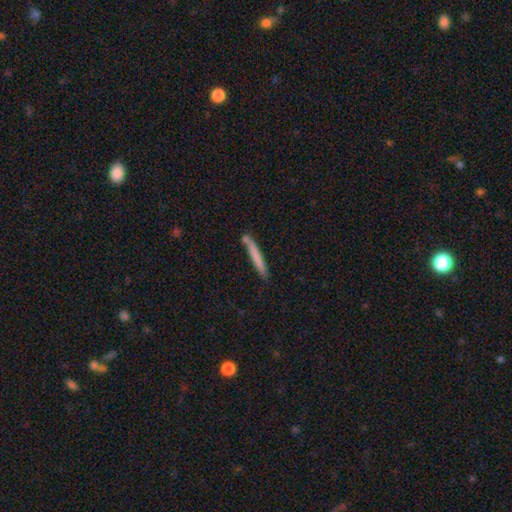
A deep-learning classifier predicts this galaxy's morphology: This appears to be a smooth galaxy with no disk features (70%) that is cigar-shaped (96%). Merging: none (79%).